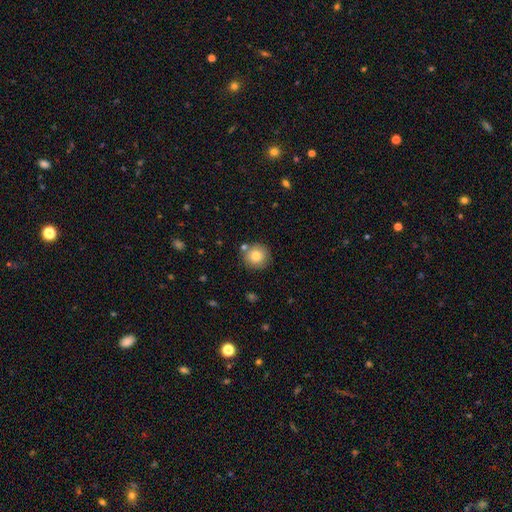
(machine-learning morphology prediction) A smooth galaxy with no disk features (82%) that is round (93%).

Vote fractions:
- Smooth or featured? smooth: 82% / featured or disk: 9% / star or artifact: 9%
- How rounded? round: 93% / in between: 6% / cigar-shaped: 1%
- Merging? none: 81% / minor disturbance: 10% / merger: 7% / major disturbance: 2%